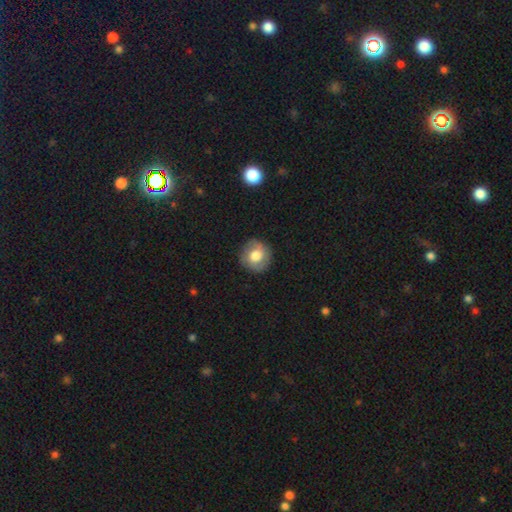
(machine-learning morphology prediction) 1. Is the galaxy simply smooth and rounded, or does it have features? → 54% smooth, 38% featured or disk, 8% star or artifact.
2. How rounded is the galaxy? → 89% round, 10% in between, 1% cigar-shaped.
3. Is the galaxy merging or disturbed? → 84% none, 12% minor disturbance, 3% major disturbance, 1% merger.